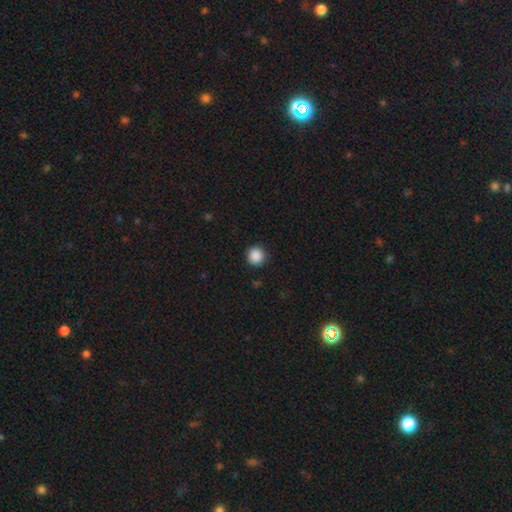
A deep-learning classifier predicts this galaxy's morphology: This is clearly a smooth galaxy (88%). How rounded: clearly round (96%). Merging: clearly none (92%).